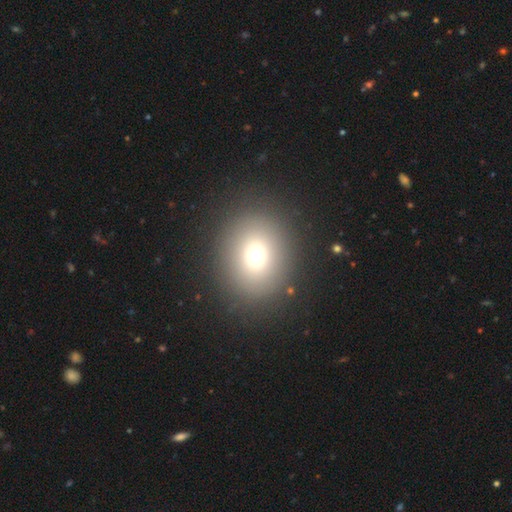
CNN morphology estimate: smooth-or-featured: smooth: 74% | star or artifact: 14% | featured or disk: 12%
  how-rounded: round: 68% | in between: 31% | cigar-shaped: 1%
  merging: none: 86% | minor disturbance: 8% | major disturbance: 4% | merger: 2%